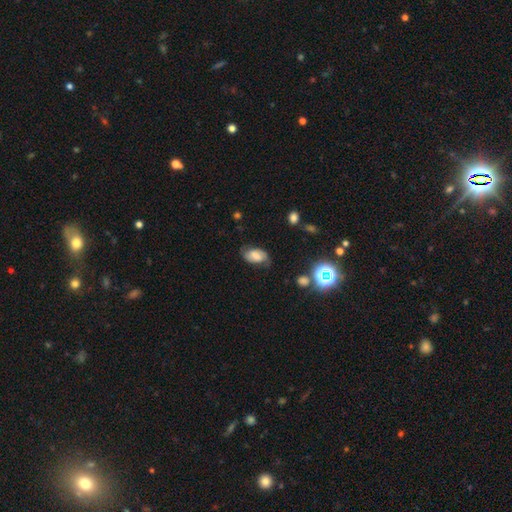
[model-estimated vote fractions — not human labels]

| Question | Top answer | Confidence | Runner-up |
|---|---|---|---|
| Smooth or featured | smooth | 52% | featured or disk (36%) |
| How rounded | in between | 90% | round (8%) |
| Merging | none | 65% | minor disturbance (24%) |